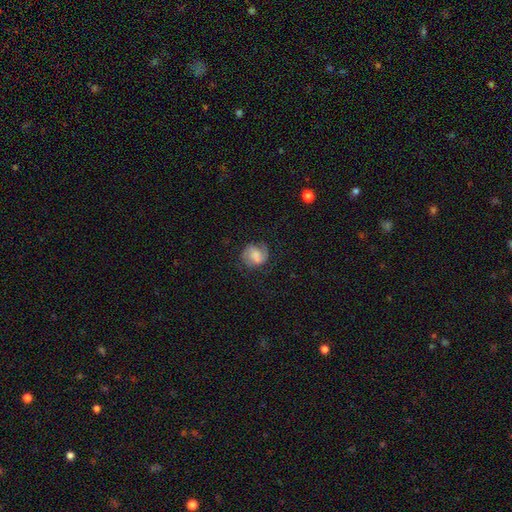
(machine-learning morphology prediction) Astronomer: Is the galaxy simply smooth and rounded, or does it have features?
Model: featured or disk — 56% (runner-up: smooth, 35%).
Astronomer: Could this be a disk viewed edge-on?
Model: no — 98%.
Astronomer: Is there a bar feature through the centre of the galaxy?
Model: no — 44% (runner-up: weak, 42%).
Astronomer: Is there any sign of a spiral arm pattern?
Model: yes — 89%.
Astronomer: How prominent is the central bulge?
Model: moderate — 28% (runner-up: small, 27%).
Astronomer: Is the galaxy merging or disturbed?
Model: none — 66%.